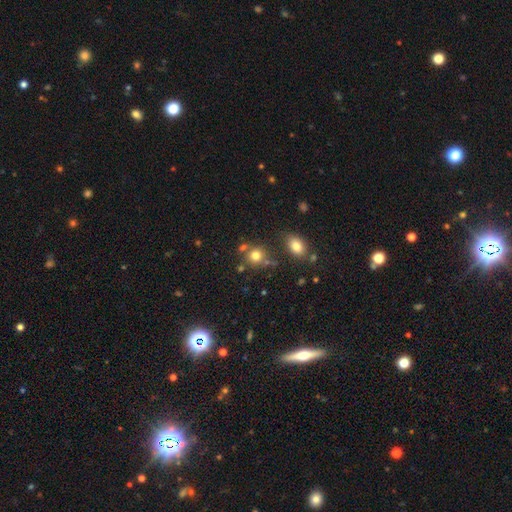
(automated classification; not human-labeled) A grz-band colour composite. It shows a smooth galaxy with no disk features (77%) that is round (85%). Merging: none (69%).